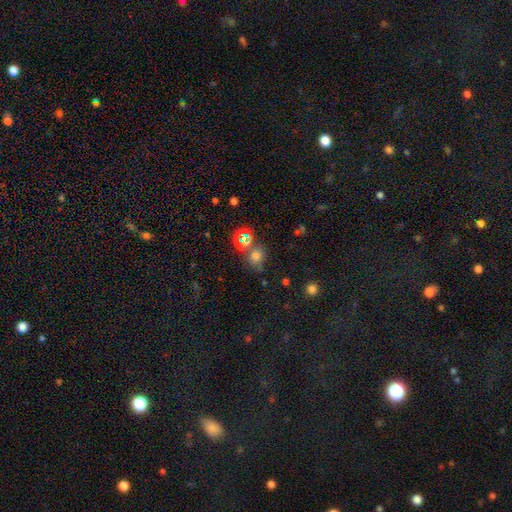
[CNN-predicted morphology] smooth_or_featured: smooth (p=0.64) [alt: star or artifact p=0.28]
how_rounded: round (p=0.77) [alt: in between p=0.21]
merging: none (p=0.67) [alt: minor disturbance p=0.14]